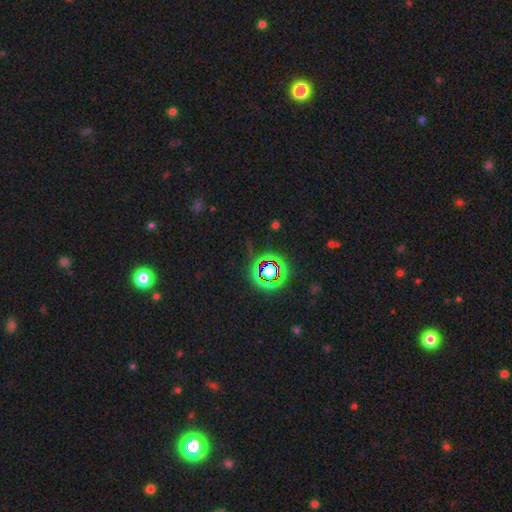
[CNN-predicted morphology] This is likely a star or artifact rather than a galaxy (72%).